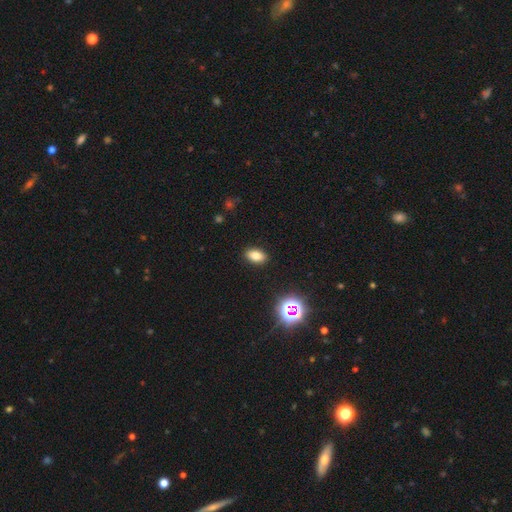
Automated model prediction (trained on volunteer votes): smooth-or-featured: smooth: 77% | star or artifact: 14% | featured or disk: 9%
  how-rounded: in between: 88% | round: 9% | cigar-shaped: 3%
  merging: none: 89% | minor disturbance: 7% | major disturbance: 2% | merger: 1%